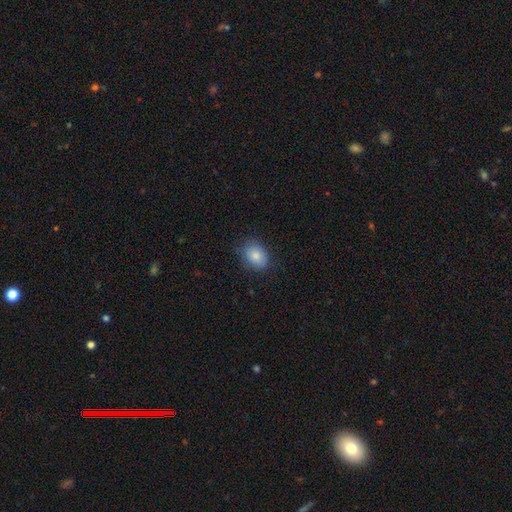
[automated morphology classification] smooth_or_featured: smooth (p=0.83) [alt: featured or disk p=0.09]
how_rounded: in between (p=0.71) [alt: round p=0.28]
merging: none (p=0.80) [alt: minor disturbance p=0.16]